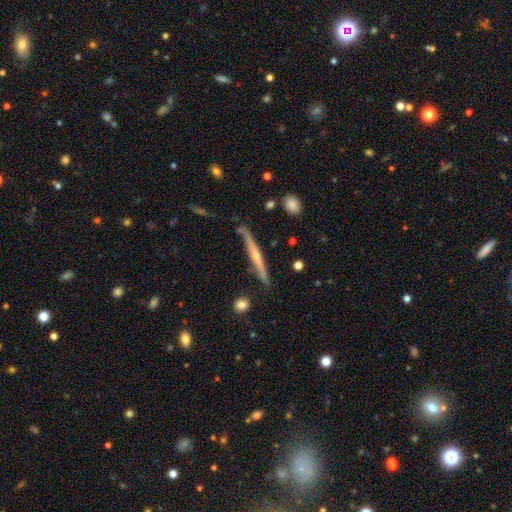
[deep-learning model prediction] Smooth or featured: featured or disk — 72% (smooth — 22%)
Edge-on disk: yes — 97% (no — 3%)
Edge-on bulge: rounded — 70% (none — 24%)
Merging: none — 82% (minor disturbance — 13%)